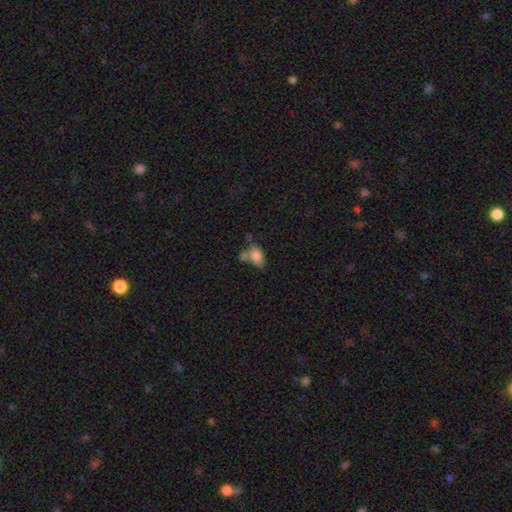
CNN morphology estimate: smooth-or-featured: smooth: 80% | featured or disk: 11% | star or artifact: 9%
  how-rounded: in between: 86% | round: 12% | cigar-shaped: 2%
  merging: merger: 39% | none: 33% | minor disturbance: 18% | major disturbance: 10%